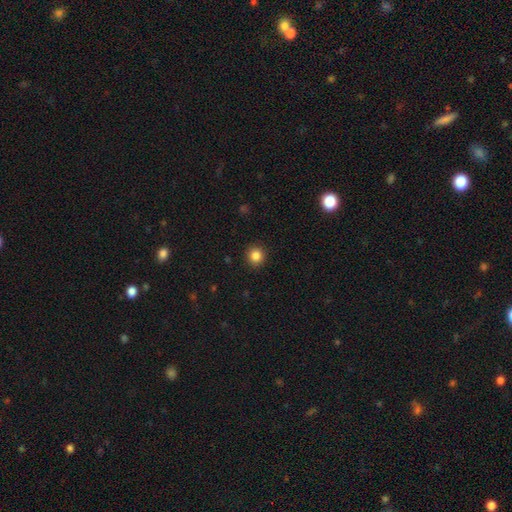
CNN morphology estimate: Smooth or featured?
  - smooth: 85% *
  - star or artifact: 11%
  - featured or disk: 4%
How rounded?
  - round: 92% *
  - in between: 7%
  - cigar-shaped: 1%
Merging?
  - none: 92% *
  - minor disturbance: 6%
  - major disturbance: 2%
  - merger: 1%